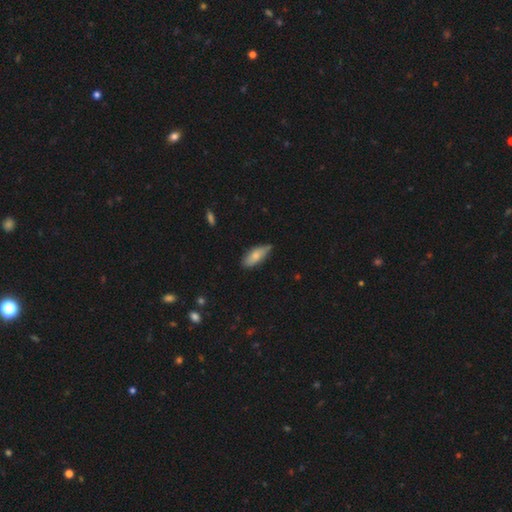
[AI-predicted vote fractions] Smooth or featured? smooth (77%)
How rounded? in between (76%)
Merging? none (66%)